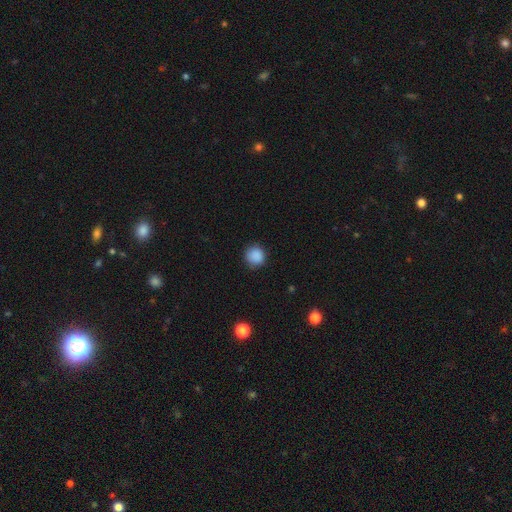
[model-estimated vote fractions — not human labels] Q: Smooth or featured?
A: smooth (88%); runner-up: star or artifact (9%)
Q: How rounded?
A: round (91%); runner-up: in between (8%)
Q: Merging?
A: none (86%); runner-up: minor disturbance (10%)